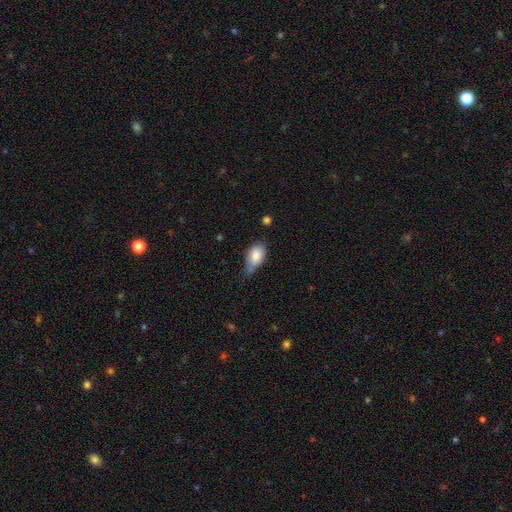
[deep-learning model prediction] Smooth or featured?
  - smooth: 81% *
  - featured or disk: 11%
  - star or artifact: 7%
How rounded?
  - in between: 88% *
  - round: 9%
  - cigar-shaped: 3%
Merging?
  - minor disturbance: 45% *
  - none: 36%
  - major disturbance: 14%
  - merger: 6%